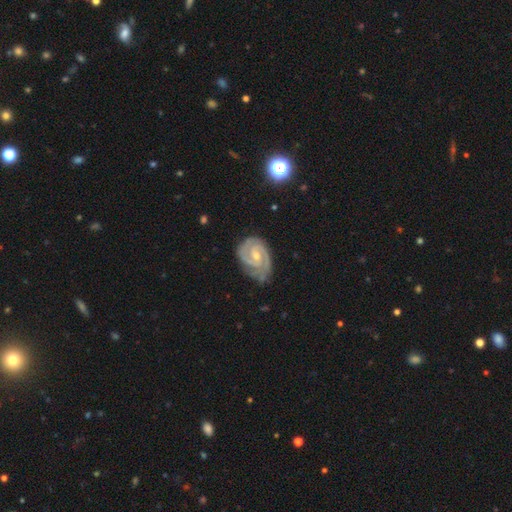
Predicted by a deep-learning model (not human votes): featured or disk 91%, smooth 5%, star or artifact 4%. Down the decision tree: edge-on disk — no (98%); bar — weak (46%); spiral arms — yes (98%); spiral arm count — 2 (74%); spiral winding — tight (64%); bulge size — small (58%); merging — none (69%).